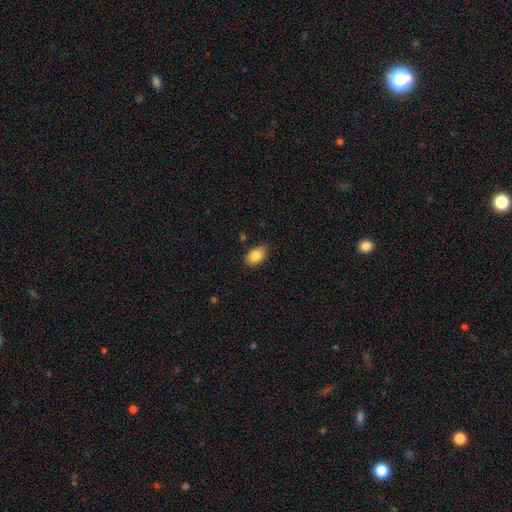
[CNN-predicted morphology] Overall: smooth (86%). How rounded: in between (86%). Merging: none (83%).